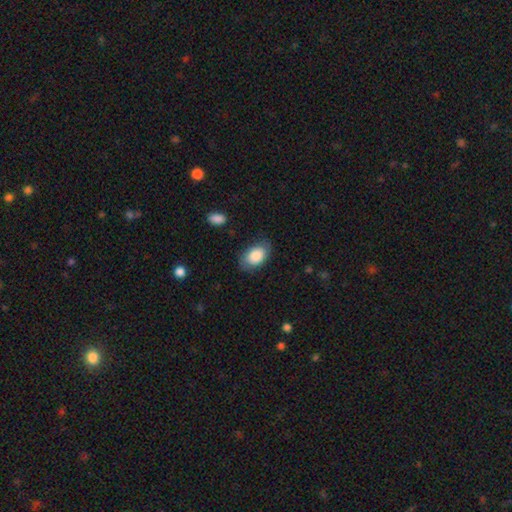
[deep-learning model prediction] smooth 85%, featured or disk 9%, star or artifact 6%. Down the decision tree: how rounded — in between (89%); merging — none (77%).